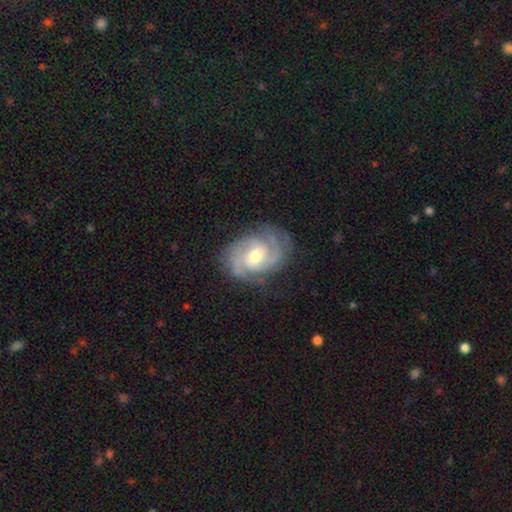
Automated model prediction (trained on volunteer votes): The model was most divided on "spiral arm count": 3: 35%, 2: 33%, can't tell: 15%, 4: 8%, 1: 5%, more than 4: 4%. More confident: spiral arms — yes (97%); edge-on disk — no (97%); smooth or featured — featured or disk (89%); merging — none (77%); bulge size — moderate (68%); spiral winding — tight (62%); bar — no (55%).